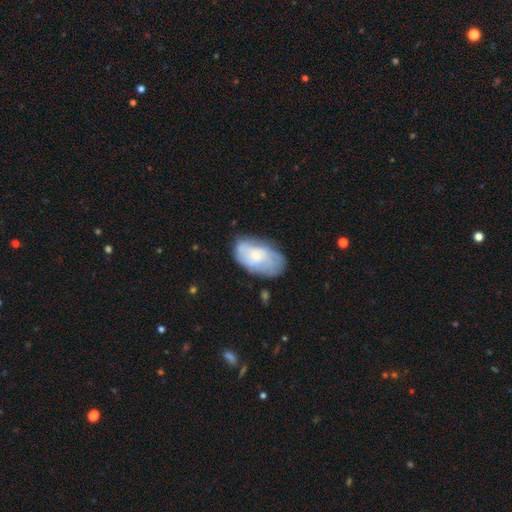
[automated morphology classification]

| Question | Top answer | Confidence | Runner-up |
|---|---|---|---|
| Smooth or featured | featured or disk | 47% | smooth (46%) |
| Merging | none | 62% | minor disturbance (26%) |